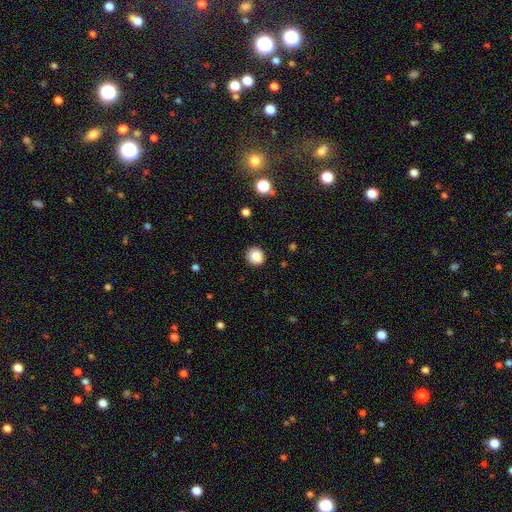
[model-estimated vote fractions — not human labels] This appears to be a smooth galaxy with no disk features (86%) that is round (86%). Merging: none (89%).